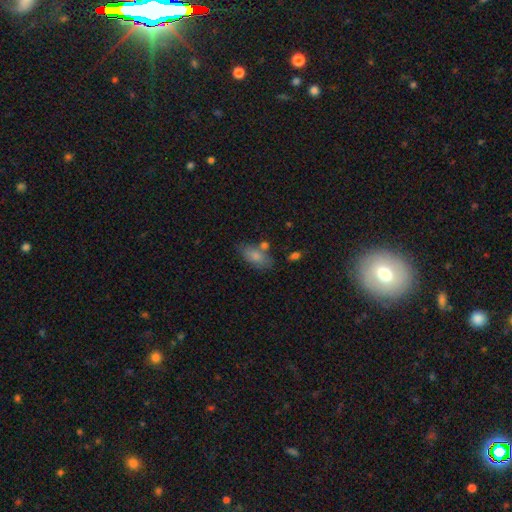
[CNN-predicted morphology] Q: Smooth or featured?
A: smooth (80%); runner-up: featured or disk (13%)
Q: How rounded?
A: in between (91%); runner-up: round (5%)
Q: Merging?
A: none (60%); runner-up: minor disturbance (20%)